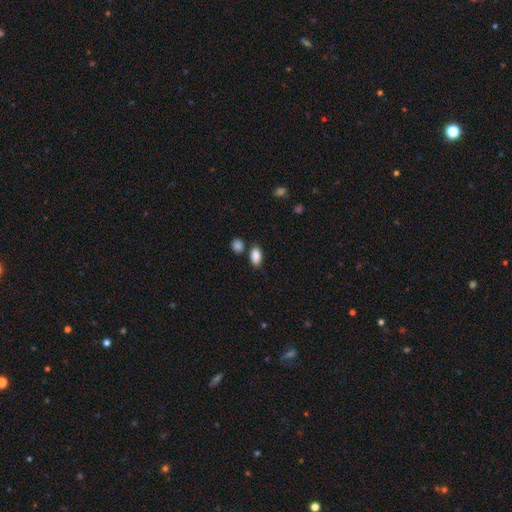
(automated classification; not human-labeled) Overall: smooth (88%). How rounded: in between (89%). Merging: none (74%).